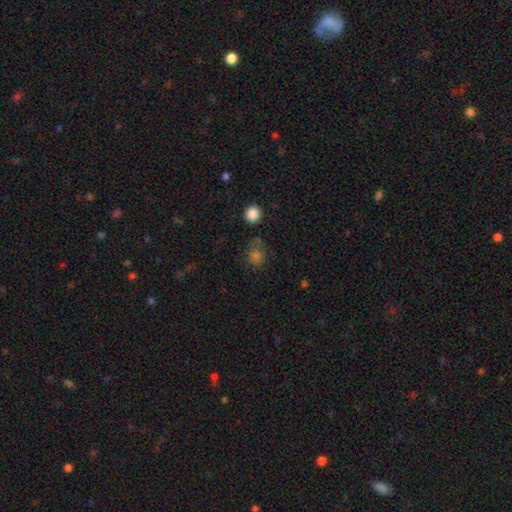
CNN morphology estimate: The model was most divided on "how rounded": round: 71%, in between: 28%, cigar-shaped: 1%. More confident: merging — none (69%); smooth or featured — smooth (68%).